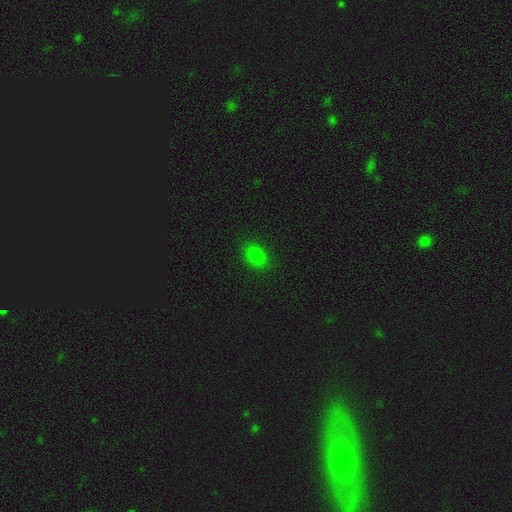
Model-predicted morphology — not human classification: Smooth or featured? smooth (82%)
How rounded? in between (73%)
Merging? none (87%)